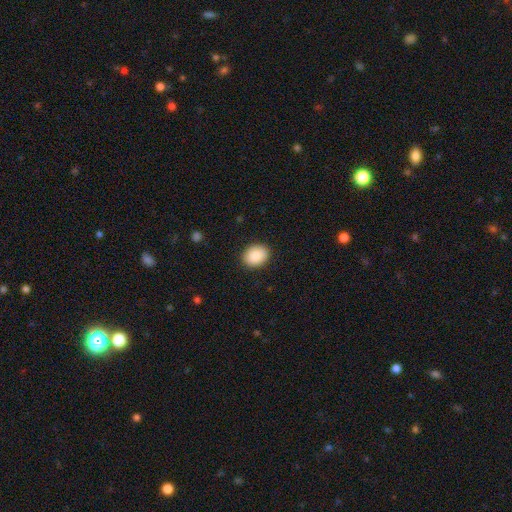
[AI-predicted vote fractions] A smooth galaxy with no disk features (89%) that is in between round and cigar-shaped (57%).

Vote fractions:
- Smooth or featured? smooth: 89% / star or artifact: 7% / featured or disk: 4%
- How rounded? in between: 57% / round: 42% / cigar-shaped: 1%
- Merging? none: 89% / minor disturbance: 8% / major disturbance: 2% / merger: 1%